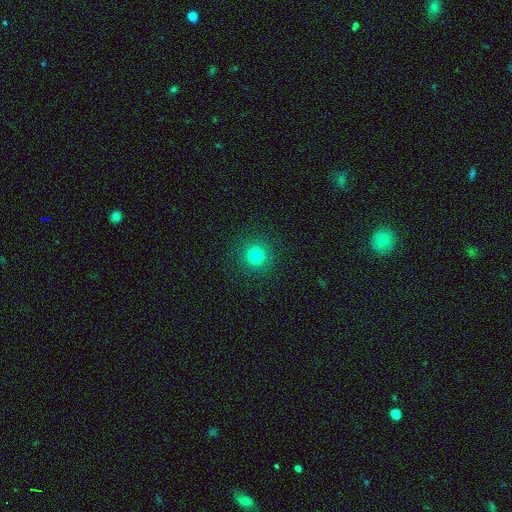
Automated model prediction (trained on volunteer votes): Smooth or featured: smooth — 79% (star or artifact — 15%)
How rounded: round — 94% (in between — 5%)
Merging: none — 91% (minor disturbance — 6%)